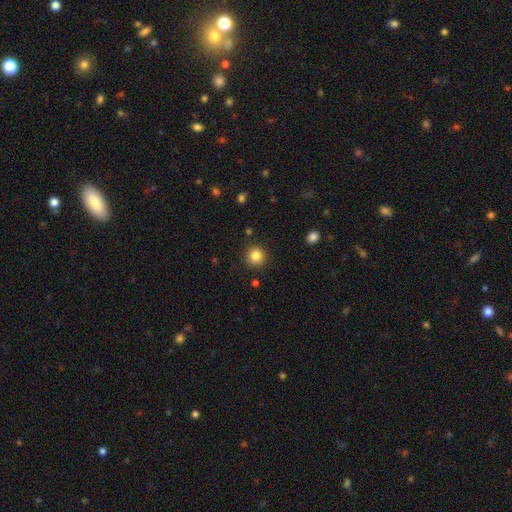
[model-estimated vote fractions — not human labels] Morphology: type=smooth (84%); roundness=round (94%); merging=none (90%).